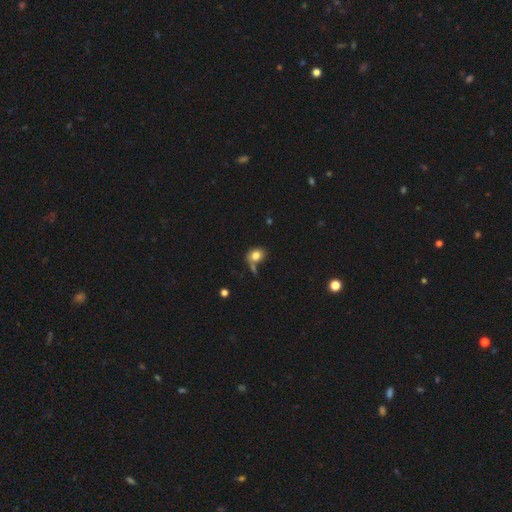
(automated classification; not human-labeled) smooth-or-featured: smooth: 80% | featured or disk: 10% | star or artifact: 10%
  how-rounded: round: 51% | in between: 48% | cigar-shaped: 1%
  merging: none: 54% | merger: 19% | minor disturbance: 18% | major disturbance: 10%